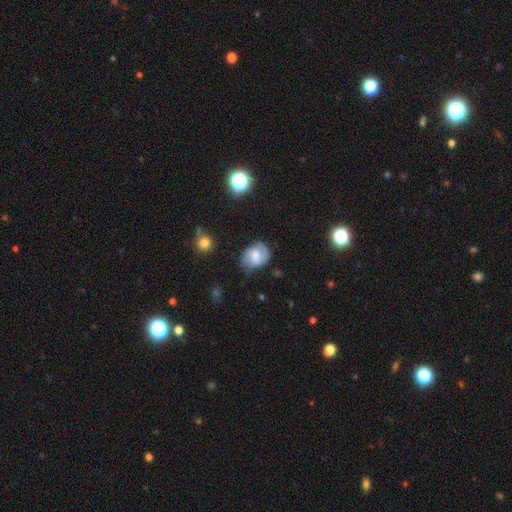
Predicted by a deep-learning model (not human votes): A featured or disk galaxy (51%). Merging: none (65%).